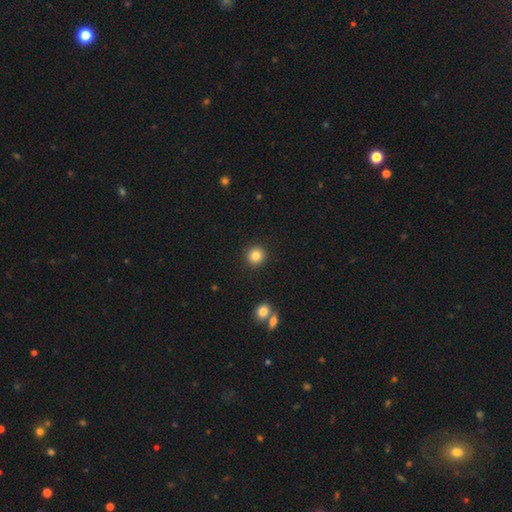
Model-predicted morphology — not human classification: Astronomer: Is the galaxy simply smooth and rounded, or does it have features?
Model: smooth — 84%.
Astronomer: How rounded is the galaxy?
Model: round — 94%.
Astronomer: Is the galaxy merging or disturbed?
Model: none — 92%.